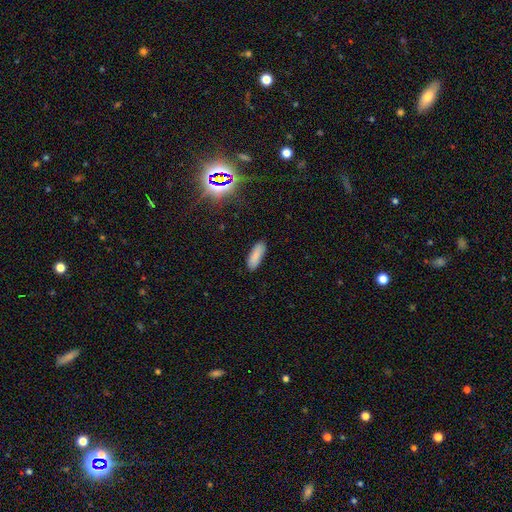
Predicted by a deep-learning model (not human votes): A smooth galaxy with no disk features (85%) that is in between round and cigar-shaped (62%).

Vote fractions:
- Smooth or featured? smooth: 85% / star or artifact: 9% / featured or disk: 6%
- How rounded? in between: 62% / cigar-shaped: 36% / round: 2%
- Merging? none: 87% / minor disturbance: 9% / major disturbance: 2% / merger: 1%